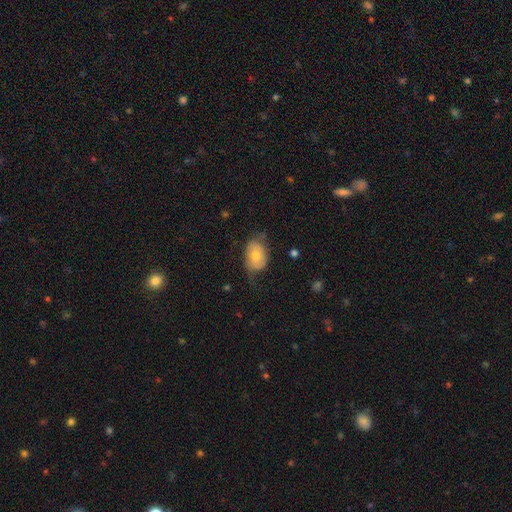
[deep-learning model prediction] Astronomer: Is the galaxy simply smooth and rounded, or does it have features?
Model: smooth — 59%.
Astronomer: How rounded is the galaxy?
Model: in between — 85%.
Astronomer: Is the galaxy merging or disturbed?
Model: none — 53% (runner-up: minor disturbance, 31%).